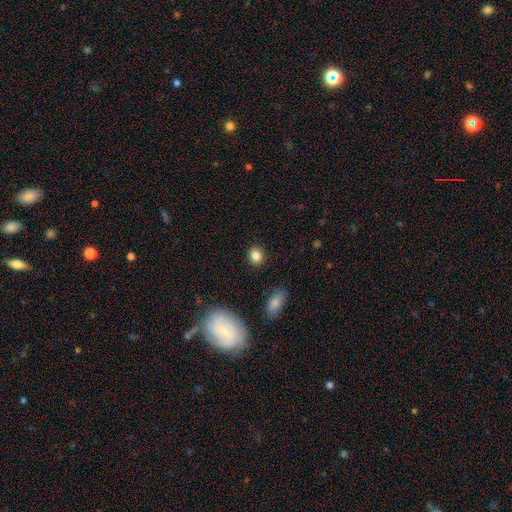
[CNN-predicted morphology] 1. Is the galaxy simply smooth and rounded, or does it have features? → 84% smooth, 10% star or artifact, 6% featured or disk.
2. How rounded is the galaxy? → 73% round, 25% in between, 1% cigar-shaped.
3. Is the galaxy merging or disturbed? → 90% none, 6% minor disturbance, 2% major disturbance, 2% merger.